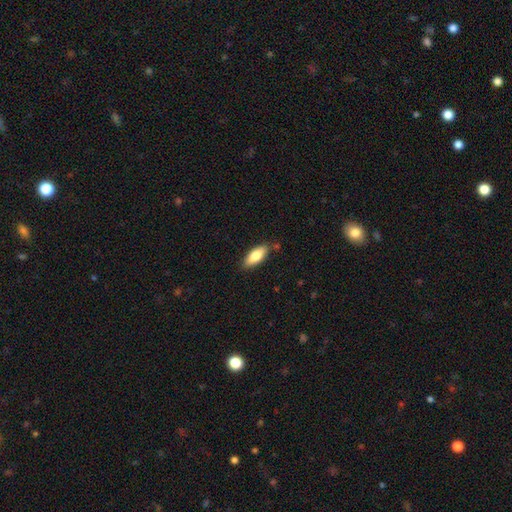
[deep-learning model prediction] smooth-or-featured: smooth: 78% | featured or disk: 16% | star or artifact: 6%
  how-rounded: in between: 76% | cigar-shaped: 22% | round: 2%
  merging: none: 81% | minor disturbance: 14% | merger: 3% | major disturbance: 2%